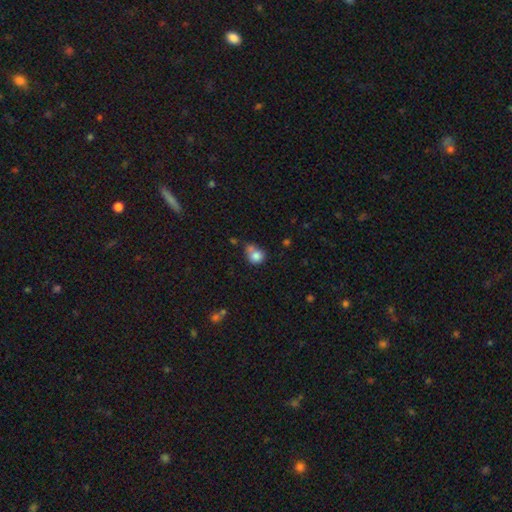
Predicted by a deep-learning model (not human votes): Q: Smooth or featured?
A: smooth (80%); runner-up: featured or disk (10%)
Q: How rounded?
A: round (72%); runner-up: in between (27%)
Q: Merging?
A: none (37%); runner-up: merger (36%)